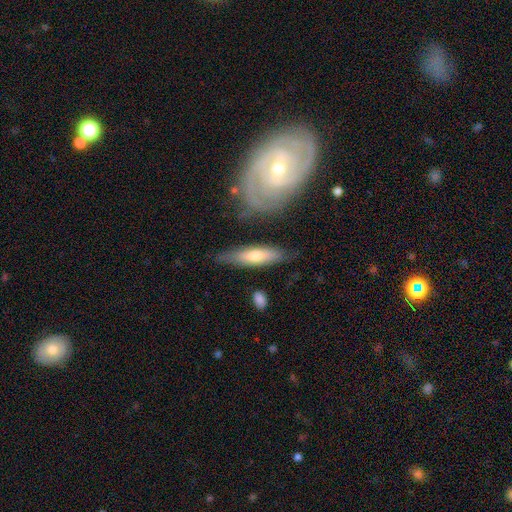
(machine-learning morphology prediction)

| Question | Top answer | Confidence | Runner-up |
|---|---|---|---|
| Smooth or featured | smooth | 58% | featured or disk (36%) |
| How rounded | cigar-shaped | 67% | in between (31%) |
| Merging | none | 72% | minor disturbance (17%) |